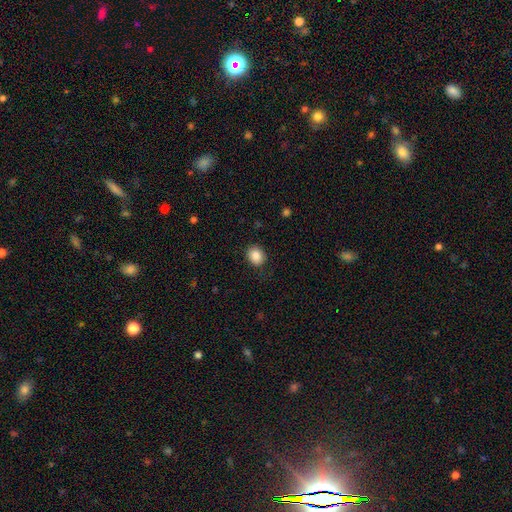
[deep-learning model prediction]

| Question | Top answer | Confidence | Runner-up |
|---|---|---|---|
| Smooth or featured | smooth | 87% | star or artifact (9%) |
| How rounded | round | 62% | in between (37%) |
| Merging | none | 85% | minor disturbance (11%) |